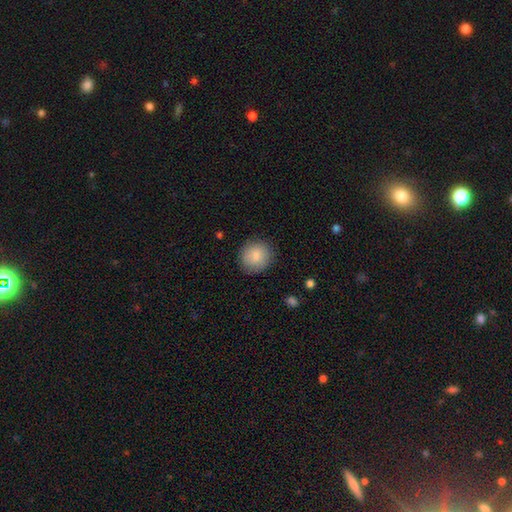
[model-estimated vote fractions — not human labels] Smooth or featured? smooth (84%)
How rounded? round (88%)
Merging? none (86%)